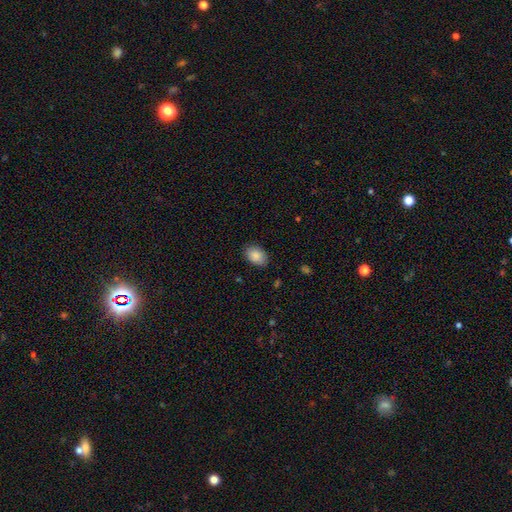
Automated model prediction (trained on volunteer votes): Smooth or featured? smooth (88%)
How rounded? in between (82%)
Merging? none (87%)